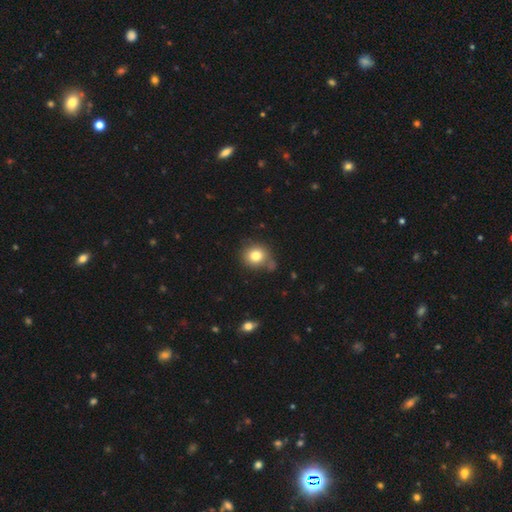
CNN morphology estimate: Smooth or featured?
  - smooth: 80% *
  - star or artifact: 11%
  - featured or disk: 9%
How rounded?
  - round: 83% *
  - in between: 16%
  - cigar-shaped: 1%
Merging?
  - none: 68% *
  - minor disturbance: 18%
  - merger: 9%
  - major disturbance: 5%